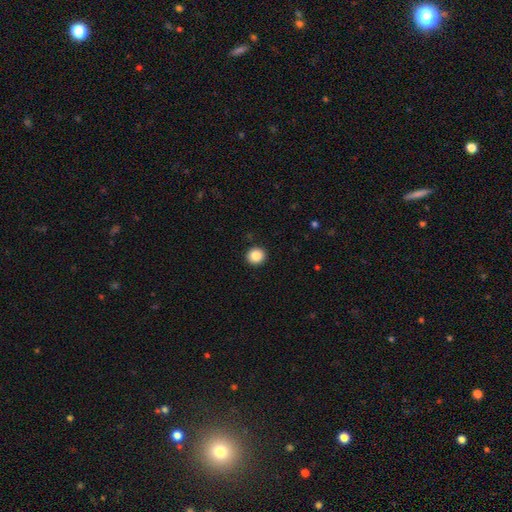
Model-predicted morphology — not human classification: type=smooth (87%); roundness=round (91%); merging=none (93%).